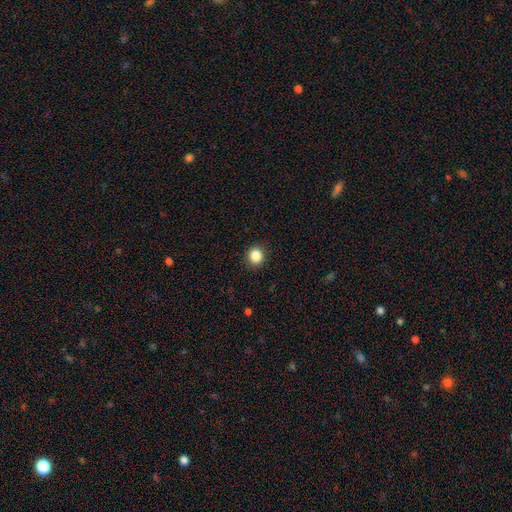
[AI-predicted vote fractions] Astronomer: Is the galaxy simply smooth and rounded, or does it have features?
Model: smooth — 86%.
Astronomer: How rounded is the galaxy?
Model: round — 81%.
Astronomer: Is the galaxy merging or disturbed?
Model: none — 90%.